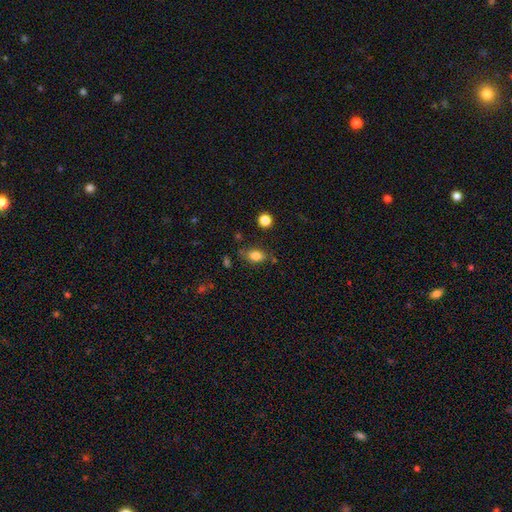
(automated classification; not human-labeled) Smooth or featured? Predicted: smooth (p=0.81). How rounded? Predicted: in between (p=0.78). Merging? Predicted: none (p=0.70).